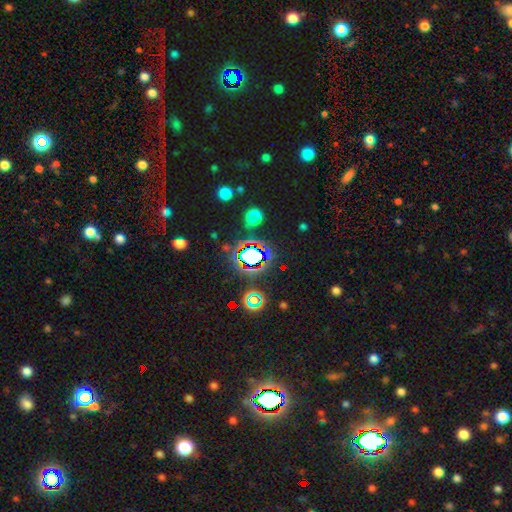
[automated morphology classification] Q: Smooth or featured?
A: star or artifact (63%); runner-up: smooth (22%)